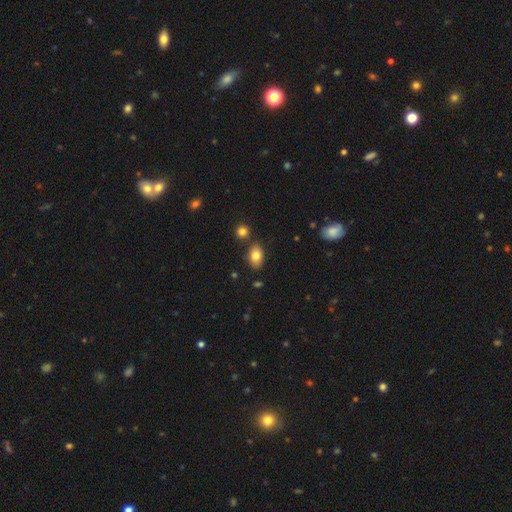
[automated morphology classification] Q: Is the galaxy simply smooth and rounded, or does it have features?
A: smooth — 80%.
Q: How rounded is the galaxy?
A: in between — 86%.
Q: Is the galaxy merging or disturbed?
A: none — 78%.